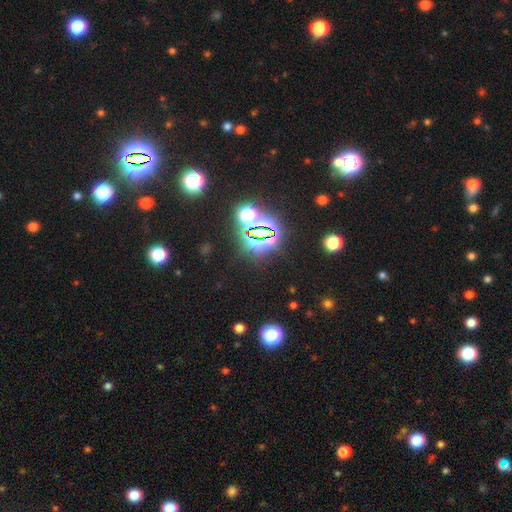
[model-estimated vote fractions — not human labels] This appears to be a star or artifact, not a galaxy (79%).